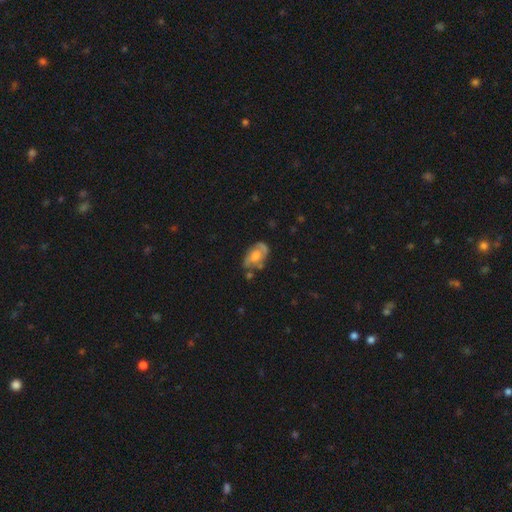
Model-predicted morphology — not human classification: smooth_or_featured: featured or disk (p=0.64) [alt: smooth p=0.29]
disk_edge_on: no (p=0.95) [alt: yes p=0.05]
bar: no (p=0.69) [alt: weak p=0.26]
has_spiral_arms: yes (p=0.76) [alt: no p=0.24]
bulge_size: moderate (p=0.58) [alt: small p=0.18]
merging: none (p=0.60) [alt: minor disturbance p=0.25]